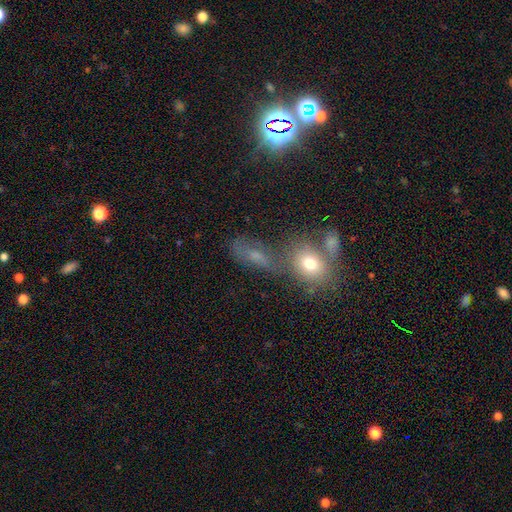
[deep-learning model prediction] Smooth or featured? smooth (47%)
Merging? none (46%)